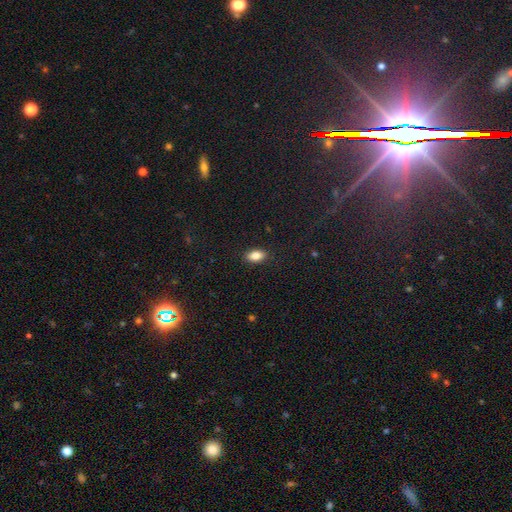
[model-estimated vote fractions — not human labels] This is clearly a smooth galaxy (84%). How rounded: clearly in between (89%). Merging: clearly none (88%).